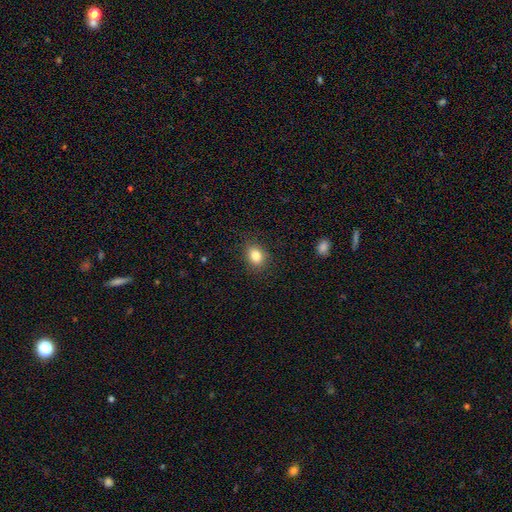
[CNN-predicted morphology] Smooth or featured: smooth — 83% (star or artifact — 10%)
How rounded: in between — 58% (round — 41%)
Merging: none — 86% (minor disturbance — 10%)